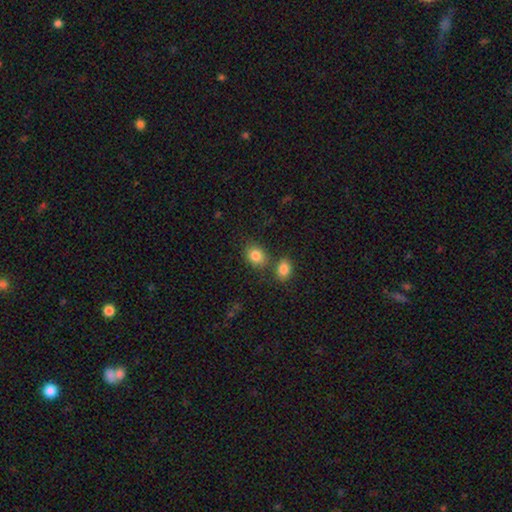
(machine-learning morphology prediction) Q: Smooth or featured?
A: smooth (84%); runner-up: star or artifact (9%)
Q: How rounded?
A: in between (53%); runner-up: round (46%)
Q: Merging?
A: none (66%); runner-up: merger (18%)